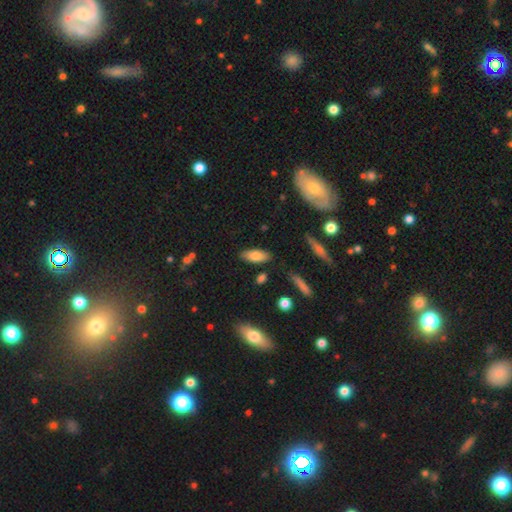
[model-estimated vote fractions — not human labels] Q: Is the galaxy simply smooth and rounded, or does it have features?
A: smooth — 77%.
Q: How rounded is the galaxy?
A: in between — 82%.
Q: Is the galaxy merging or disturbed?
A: none — 83%.